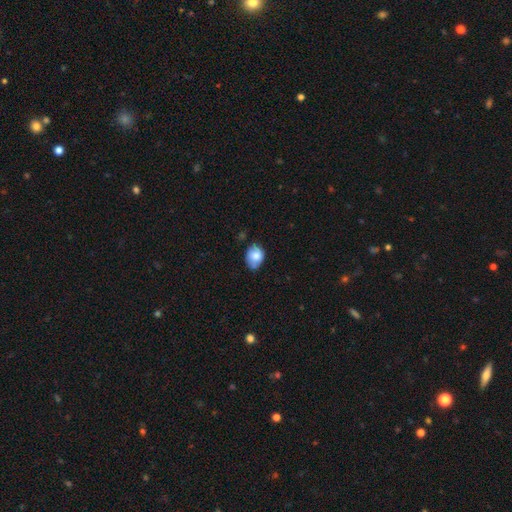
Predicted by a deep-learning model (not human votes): Overall: smooth (79%). How rounded: in between (65%; round 34%). Merging: none (62%; minor disturbance 31%).